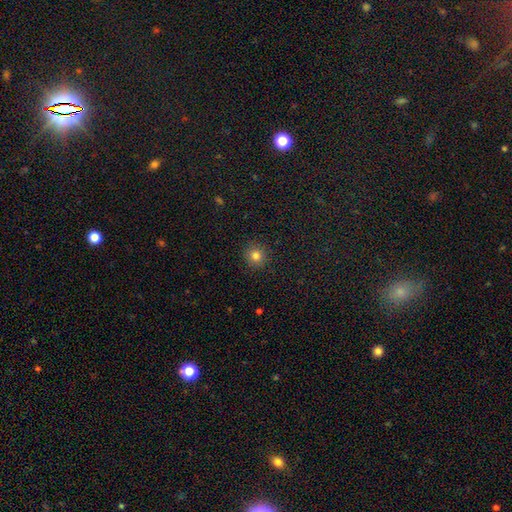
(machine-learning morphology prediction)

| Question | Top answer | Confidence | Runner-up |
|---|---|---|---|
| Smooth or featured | smooth | 82% | star or artifact (13%) |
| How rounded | round | 92% | in between (7%) |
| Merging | none | 91% | minor disturbance (6%) |